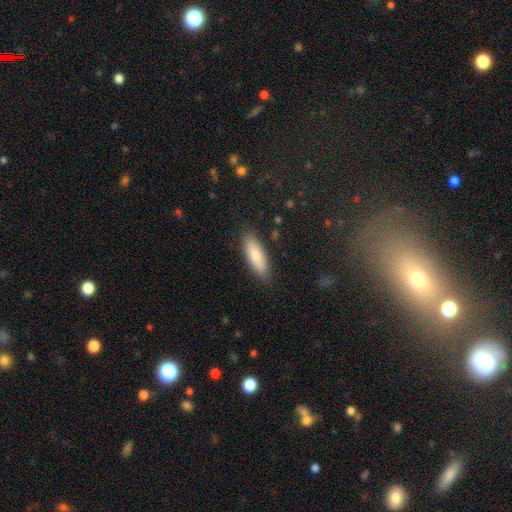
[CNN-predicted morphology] Q: Smooth or featured?
A: smooth (85%); runner-up: featured or disk (9%)
Q: How rounded?
A: in between (56%); runner-up: cigar-shaped (42%)
Q: Merging?
A: none (87%); runner-up: minor disturbance (10%)